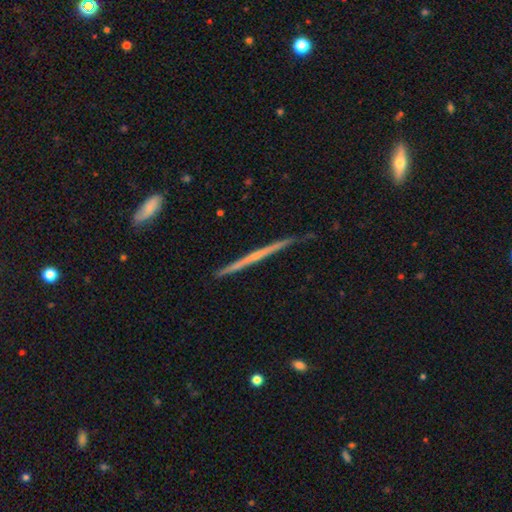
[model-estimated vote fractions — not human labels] featured or disk 71%, smooth 21%, star or artifact 8%. Down the decision tree: edge-on disk — yes (98%); edge-on bulge — none (60%); merging — none (88%).